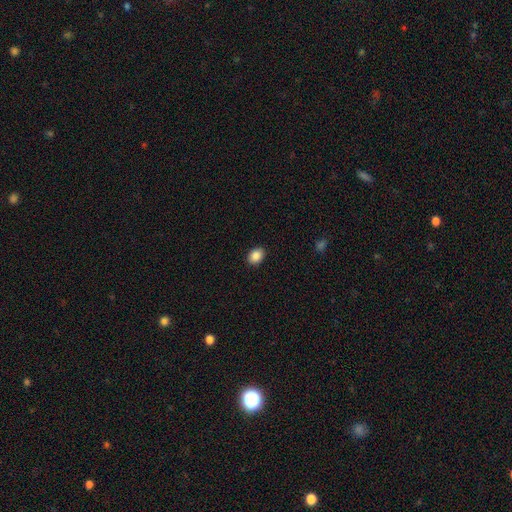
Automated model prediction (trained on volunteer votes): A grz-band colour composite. It shows a smooth galaxy with no disk features (88%) that is in between round and cigar-shaped (65%). Merging: none (90%).